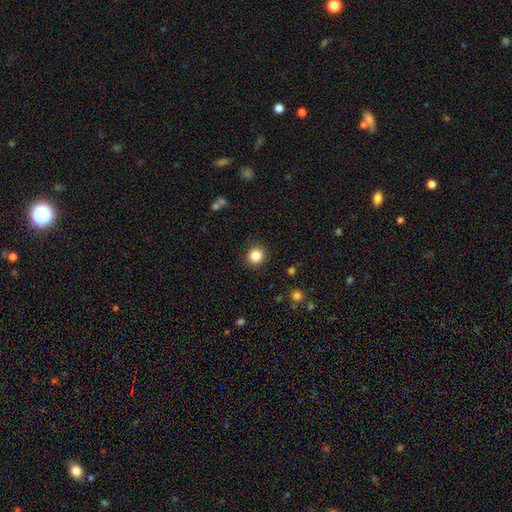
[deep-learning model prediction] Q: Smooth or featured?
A: smooth (85%); runner-up: star or artifact (11%)
Q: How rounded?
A: round (90%); runner-up: in between (9%)
Q: Merging?
A: none (90%); runner-up: minor disturbance (7%)